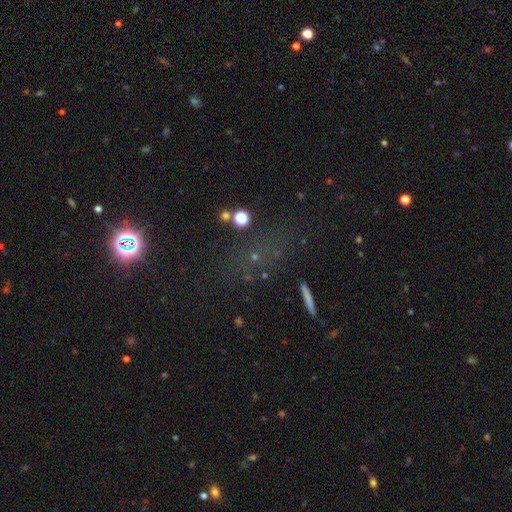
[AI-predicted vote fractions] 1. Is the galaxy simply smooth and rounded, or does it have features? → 52% star or artifact, 33% smooth, 15% featured or disk.